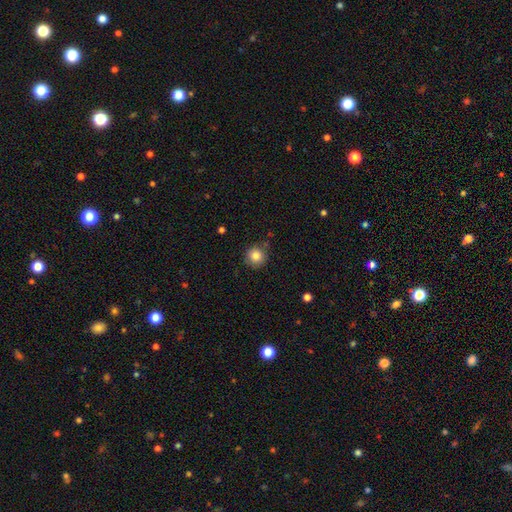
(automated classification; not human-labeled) Overall: smooth (83%). How rounded: round (94%). Merging: none (83%).